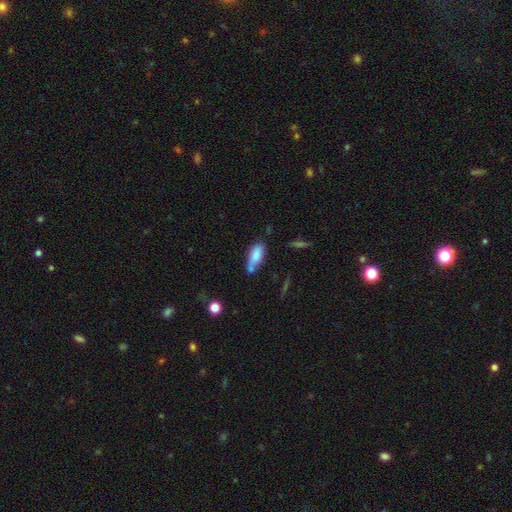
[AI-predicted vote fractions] Morphology: type=smooth (80%); roundness=in between (75%); merging=none (48%).